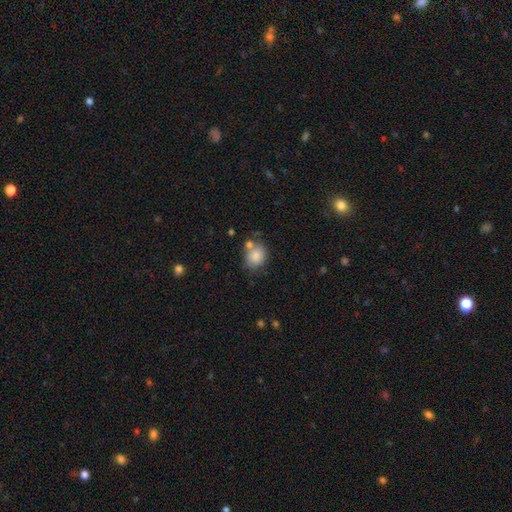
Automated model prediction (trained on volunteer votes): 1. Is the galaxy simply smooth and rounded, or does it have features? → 84% smooth, 8% star or artifact, 8% featured or disk.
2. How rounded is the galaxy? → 58% round, 41% in between, 1% cigar-shaped.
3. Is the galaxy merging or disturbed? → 55% none, 22% merger, 18% minor disturbance, 6% major disturbance.